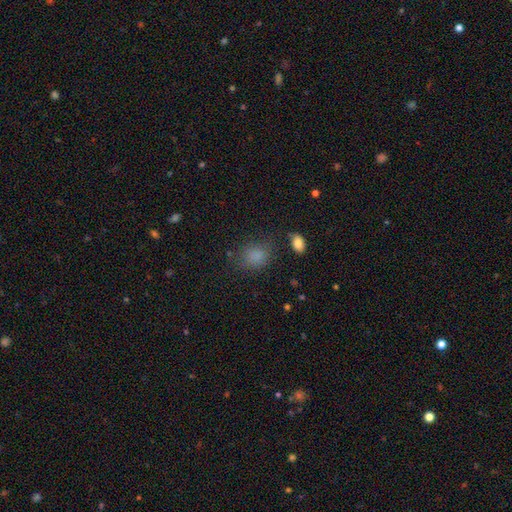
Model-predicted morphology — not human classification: Smooth or featured: smooth — 82% (star or artifact — 13%)
How rounded: in between — 55% (round — 44%)
Merging: none — 68% (minor disturbance — 20%)